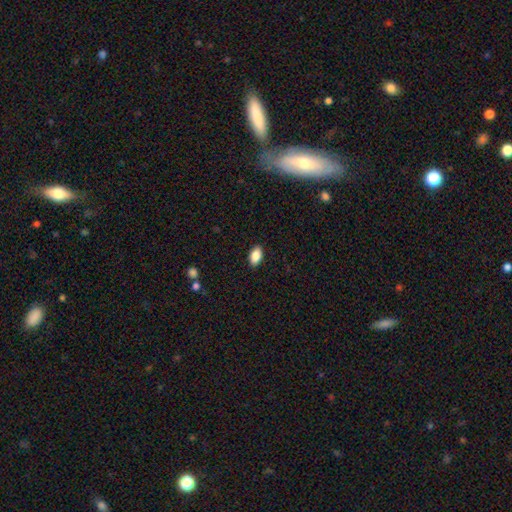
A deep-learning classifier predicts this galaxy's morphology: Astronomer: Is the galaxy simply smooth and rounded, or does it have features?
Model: smooth — 87%.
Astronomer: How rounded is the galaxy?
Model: in between — 92%.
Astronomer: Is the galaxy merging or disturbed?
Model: none — 89%.